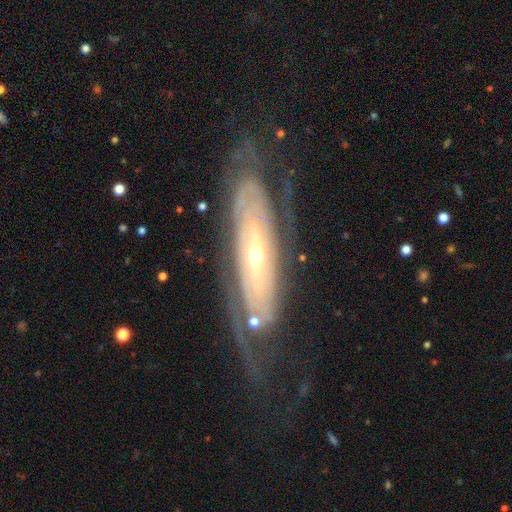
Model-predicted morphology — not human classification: Q: Smooth or featured?
A: featured or disk (82%); runner-up: smooth (11%)
Q: Edge-on disk?
A: no (79%); runner-up: yes (21%)
Q: Bar?
A: no (70%); runner-up: weak (19%)
Q: Spiral arms?
A: yes (86%); runner-up: no (14%)
Q: Spiral winding?
A: tight (72%); runner-up: medium (21%)
Q: Spiral arm count?
A: can't tell (55%); runner-up: 2 (24%)
Q: Bulge size?
A: small (69%); runner-up: moderate (27%)
Q: Merging?
A: none (68%); runner-up: minor disturbance (17%)